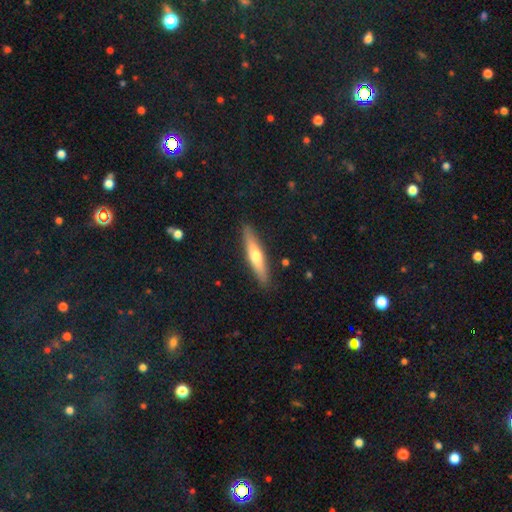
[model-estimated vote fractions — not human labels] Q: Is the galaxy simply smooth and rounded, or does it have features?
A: smooth — 51%.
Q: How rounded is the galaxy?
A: cigar-shaped — 87%.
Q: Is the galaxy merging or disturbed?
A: none — 89%.